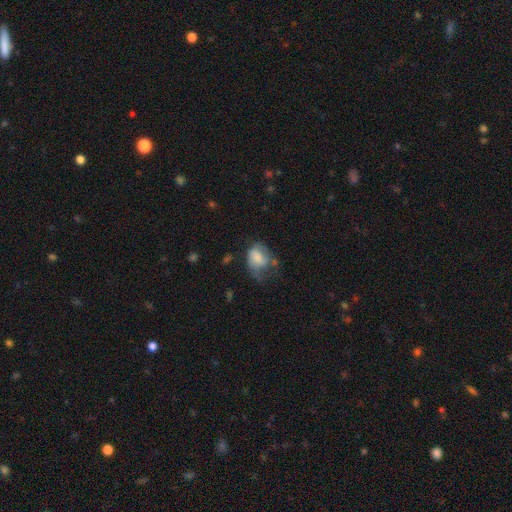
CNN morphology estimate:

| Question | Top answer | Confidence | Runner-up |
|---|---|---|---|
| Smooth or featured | smooth | 64% | featured or disk (27%) |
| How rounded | in between | 67% | round (32%) |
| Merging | major disturbance | 38% | minor disturbance (31%) |